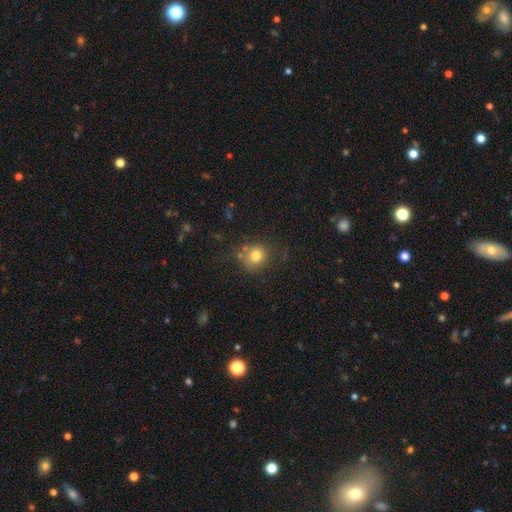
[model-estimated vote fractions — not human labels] smooth 77%, star or artifact 13%, featured or disk 10%. Down the decision tree: how rounded — round (80%); merging — none (69%).